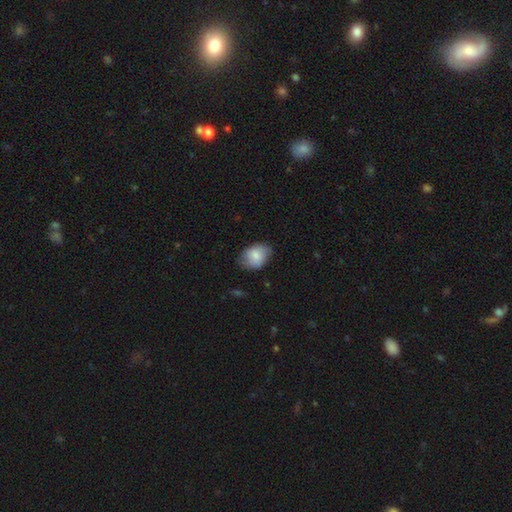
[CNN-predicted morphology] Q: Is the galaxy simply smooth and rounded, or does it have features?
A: smooth — 80%.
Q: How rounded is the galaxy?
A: in between — 76%.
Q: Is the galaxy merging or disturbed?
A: none — 71%.